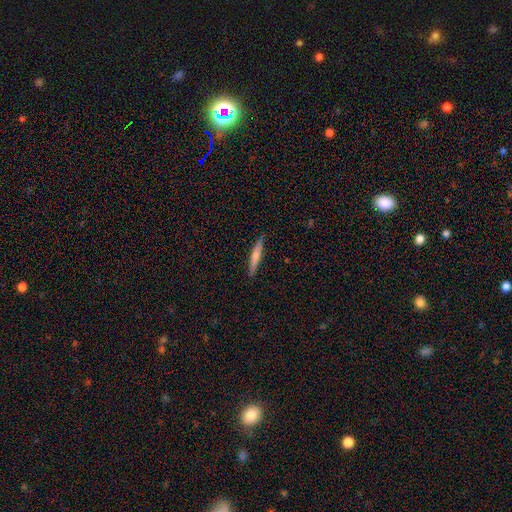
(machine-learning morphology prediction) type=smooth (60%); roundness=cigar-shaped (94%); merging=none (90%).